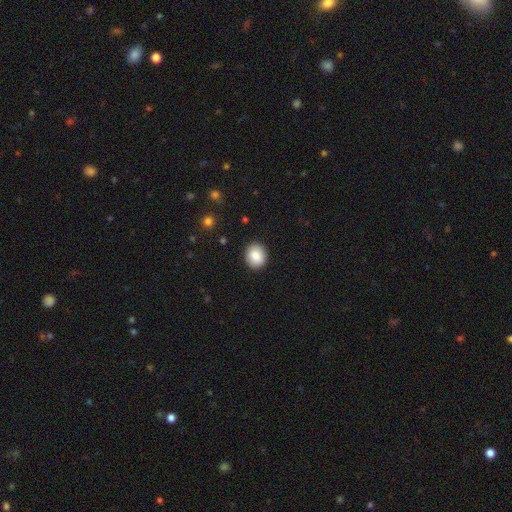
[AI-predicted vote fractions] smooth 85%, star or artifact 8%, featured or disk 7%. Down the decision tree: how rounded — round (73%); merging — none (91%).